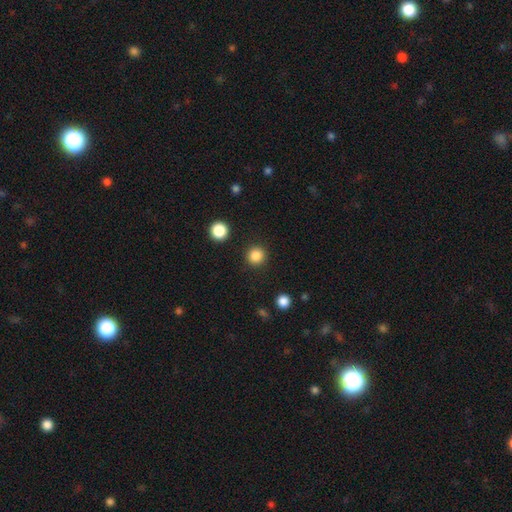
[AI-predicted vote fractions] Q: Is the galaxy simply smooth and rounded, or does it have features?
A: smooth — 85%.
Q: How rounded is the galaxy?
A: round — 94%.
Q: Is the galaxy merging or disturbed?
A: none — 91%.